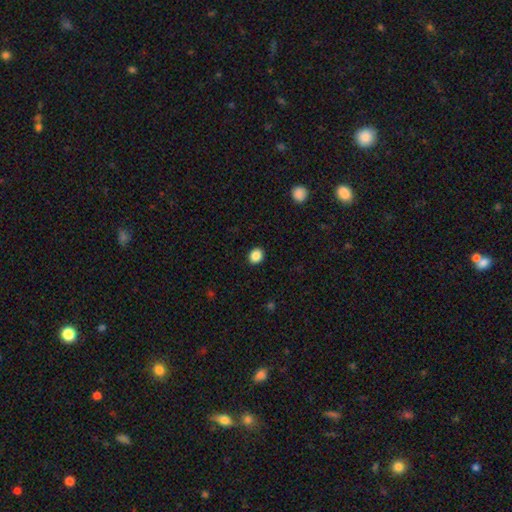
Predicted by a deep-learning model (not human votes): smooth 87%, star or artifact 10%, featured or disk 3%. Down the decision tree: how rounded — round (68%); merging — none (92%).